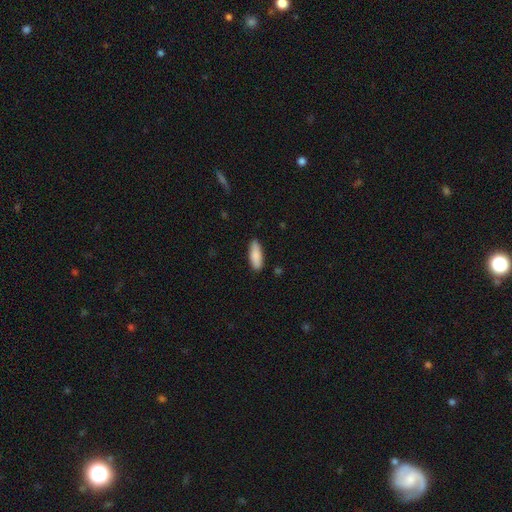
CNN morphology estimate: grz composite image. It shows a smooth galaxy with no disk features (88%) that is in between round and cigar-shaped (65%). Merging: none (87%).